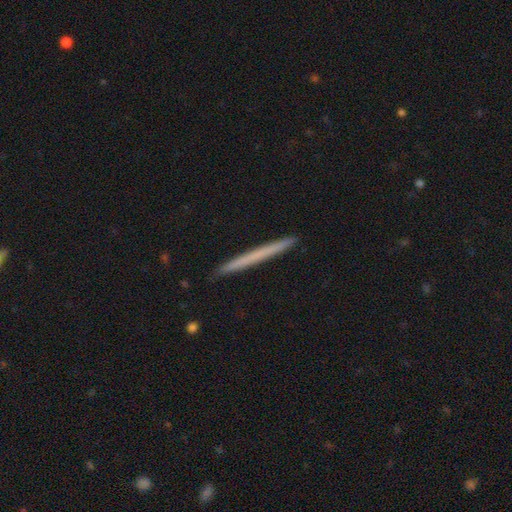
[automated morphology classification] type=smooth (56%); roundness=cigar-shaped (97%); merging=none (93%).